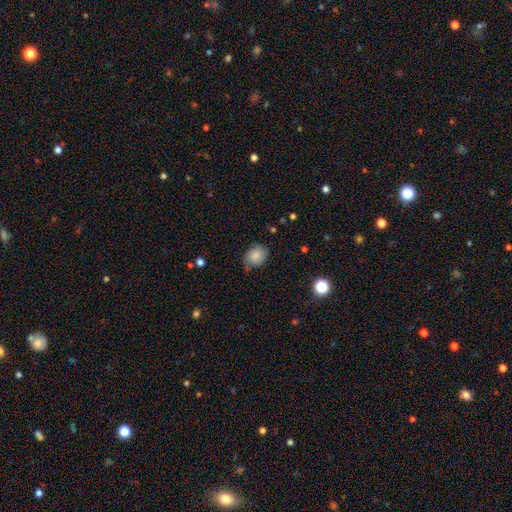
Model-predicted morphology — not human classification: Smooth or featured?
  - smooth: 82% *
  - featured or disk: 10%
  - star or artifact: 9%
How rounded?
  - in between: 52% *
  - round: 47%
  - cigar-shaped: 1%
Merging?
  - none: 62% *
  - minor disturbance: 30%
  - major disturbance: 6%
  - merger: 2%